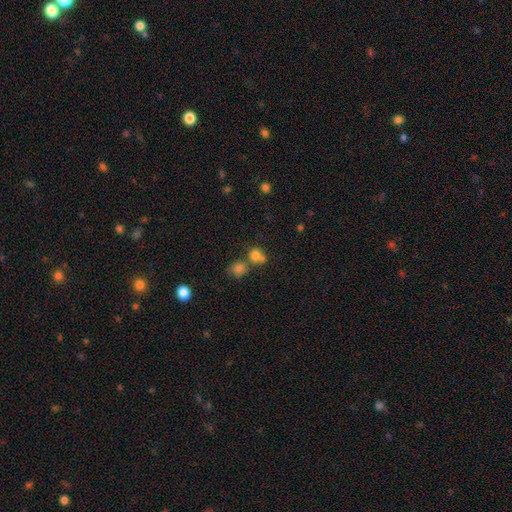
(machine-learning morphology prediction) type=smooth (77%); roundness=round (71%); merging=merger (42%).